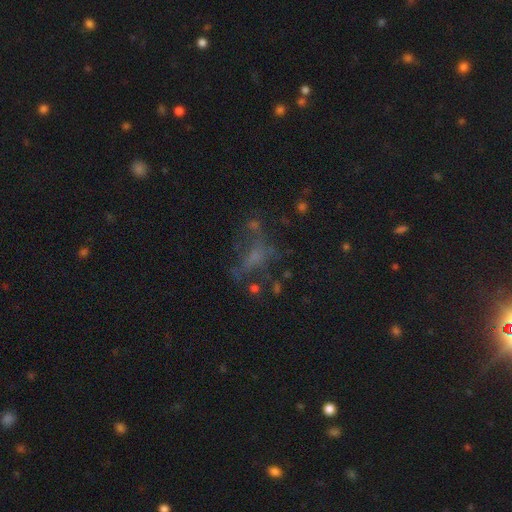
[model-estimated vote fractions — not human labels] featured or disk 40%, smooth 32%, star or artifact 28%. Down the decision tree: merging — none (41%).